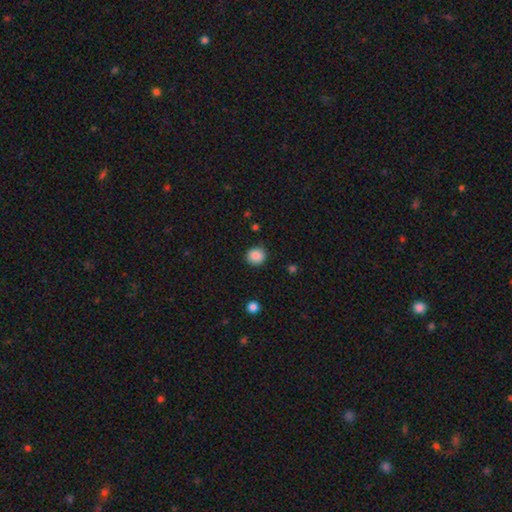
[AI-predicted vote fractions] smooth 87%, star or artifact 9%, featured or disk 3%. Down the decision tree: how rounded — round (85%); merging — none (88%).